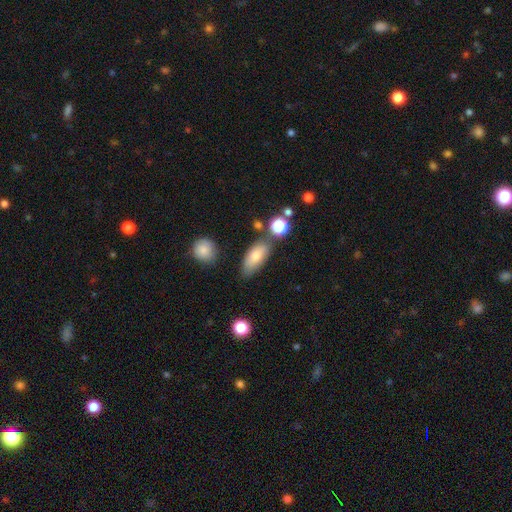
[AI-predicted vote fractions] Overall: smooth (75%). How rounded: in between (81%). Merging: none (68%).